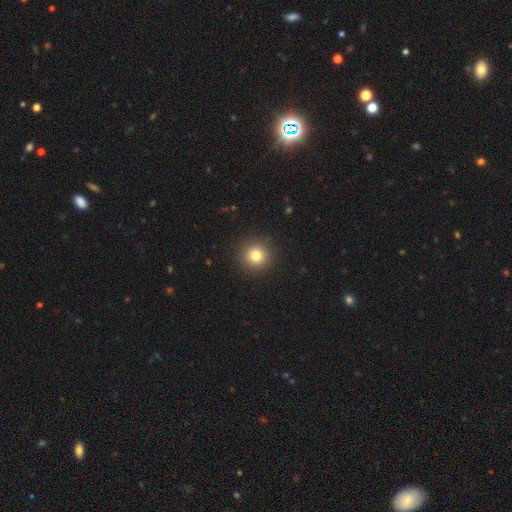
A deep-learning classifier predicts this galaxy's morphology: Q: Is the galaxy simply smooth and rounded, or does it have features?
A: smooth — 80%.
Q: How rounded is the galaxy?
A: round — 95%.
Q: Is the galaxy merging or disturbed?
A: none — 92%.